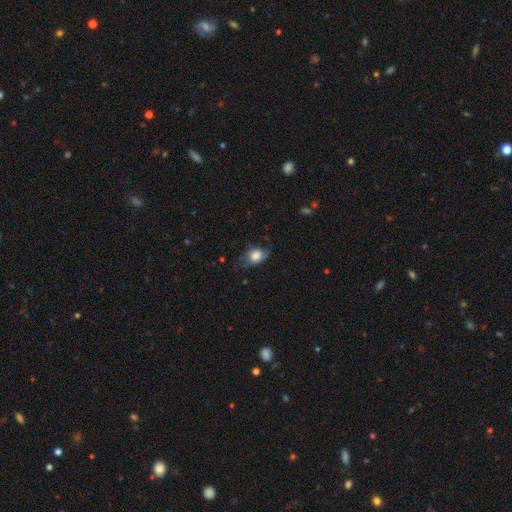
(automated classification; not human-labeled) Q: Smooth or featured?
A: smooth (74%); runner-up: featured or disk (17%)
Q: How rounded?
A: in between (64%); runner-up: round (34%)
Q: Merging?
A: none (50%); runner-up: minor disturbance (34%)